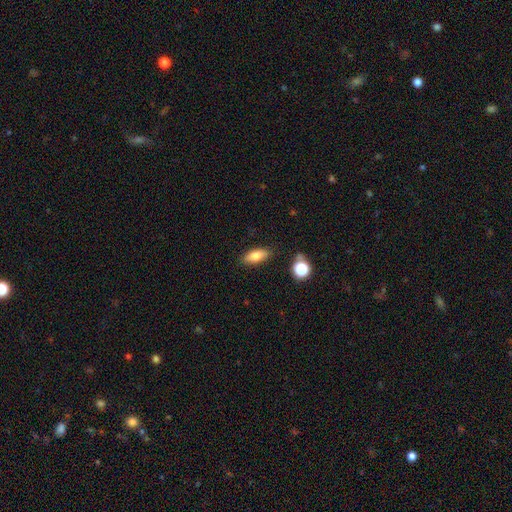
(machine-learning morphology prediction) smooth 78%, featured or disk 13%, star or artifact 8%. Down the decision tree: how rounded — in between (75%); merging — none (85%).